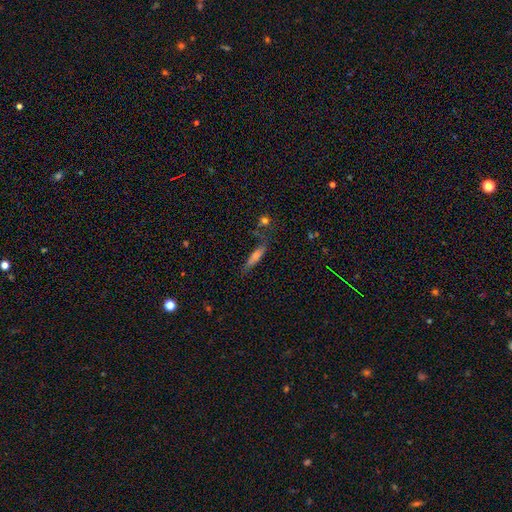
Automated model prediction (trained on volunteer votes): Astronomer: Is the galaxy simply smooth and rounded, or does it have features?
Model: smooth — 46% (runner-up: featured or disk, 42%).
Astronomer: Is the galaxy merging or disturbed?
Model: none — 69%.